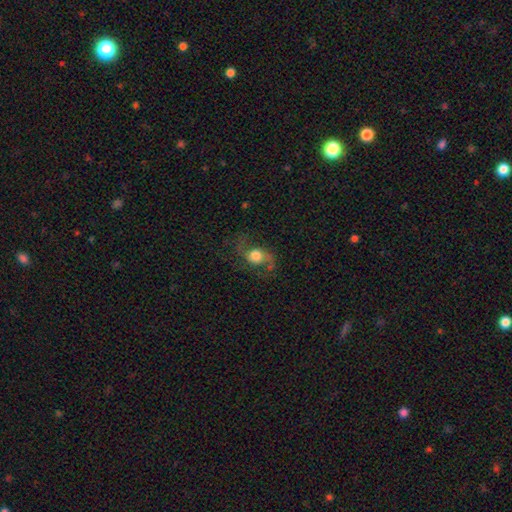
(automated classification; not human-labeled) Smooth or featured: featured or disk — 55% (smooth — 35%)
Edge-on disk: no — 94% (yes — 6%)
Bar: no — 75% (weak — 21%)
Spiral arms: yes — 84% (no — 16%)
Bulge size: large — 44% (moderate — 36%)
Merging: none — 56% (major disturbance — 22%)